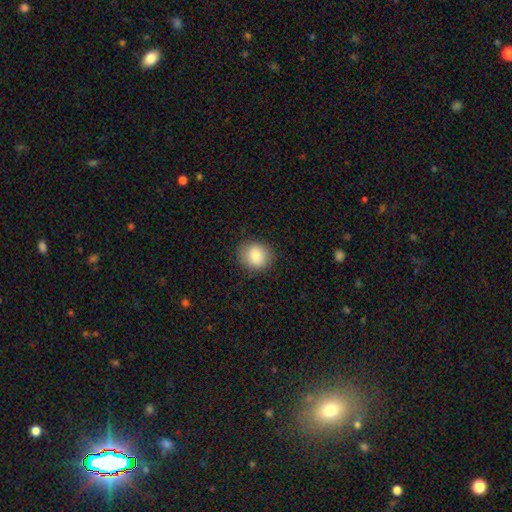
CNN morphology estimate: The model was most divided on "how rounded": round: 75%, in between: 24%, cigar-shaped: 1%. More confident: merging — none (84%); smooth or featured — smooth (82%).